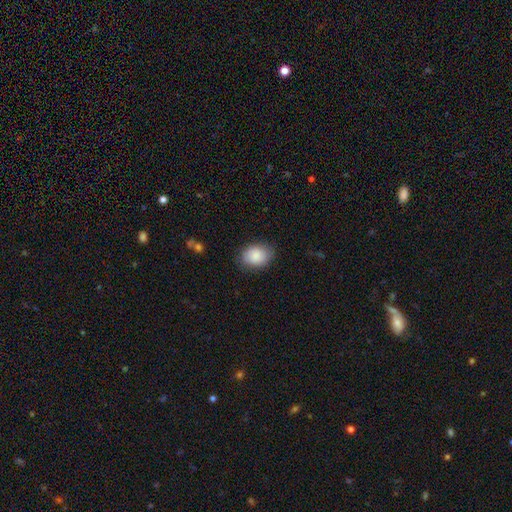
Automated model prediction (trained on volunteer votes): This is clearly a smooth galaxy (88%). How rounded: likely in between (69%). Merging: clearly none (82%).